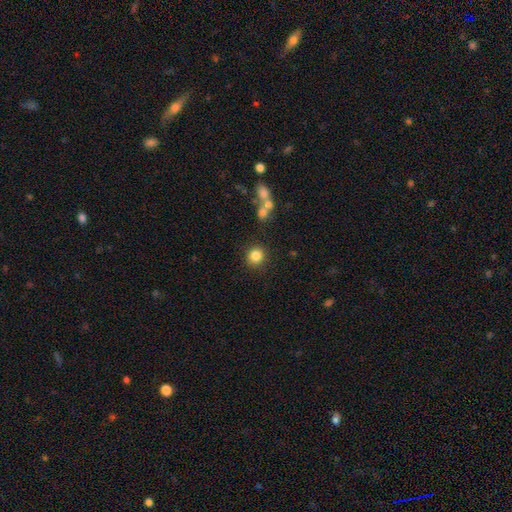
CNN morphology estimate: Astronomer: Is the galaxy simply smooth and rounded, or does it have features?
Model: smooth — 83%.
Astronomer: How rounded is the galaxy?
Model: round — 89%.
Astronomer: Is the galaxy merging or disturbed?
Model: none — 85%.